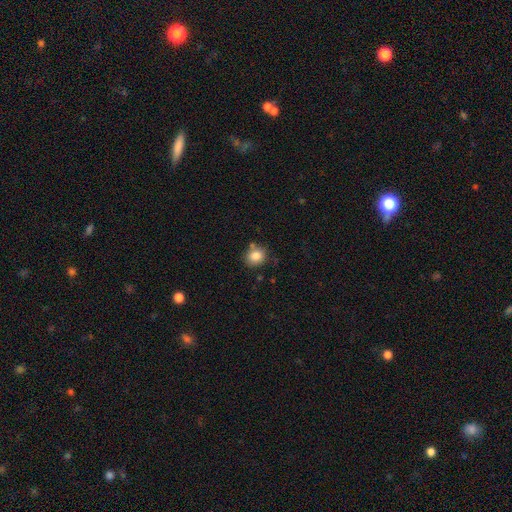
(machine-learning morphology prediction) smooth_or_featured: smooth (p=0.83) [alt: star or artifact p=0.10]
how_rounded: round (p=0.78) [alt: in between p=0.21]
merging: none (p=0.76) [alt: minor disturbance p=0.13]